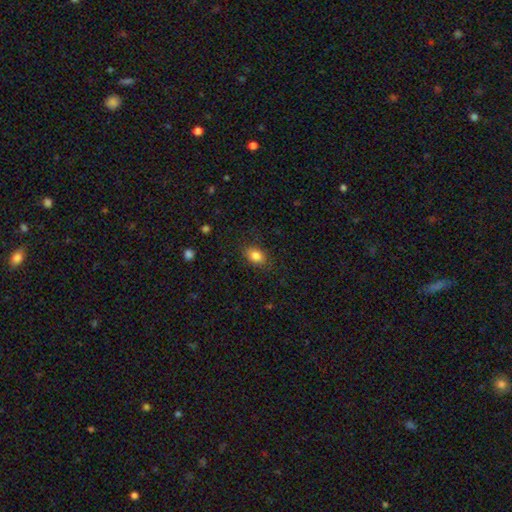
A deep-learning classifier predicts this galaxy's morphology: smooth 84%, star or artifact 9%, featured or disk 8%. Down the decision tree: how rounded — in between (79%); merging — none (82%).